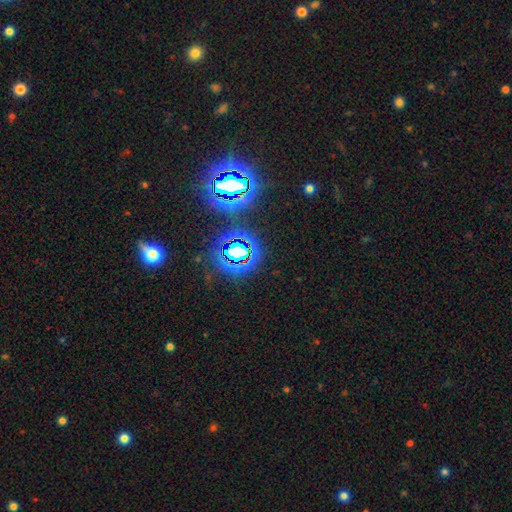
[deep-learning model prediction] A star or artifact, not a galaxy (80%).